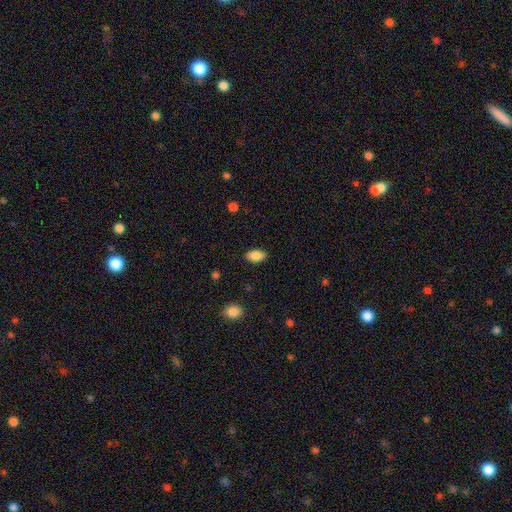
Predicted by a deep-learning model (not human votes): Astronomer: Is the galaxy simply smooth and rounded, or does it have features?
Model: smooth — 86%.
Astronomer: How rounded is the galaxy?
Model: in between — 92%.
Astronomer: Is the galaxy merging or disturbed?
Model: none — 86%.